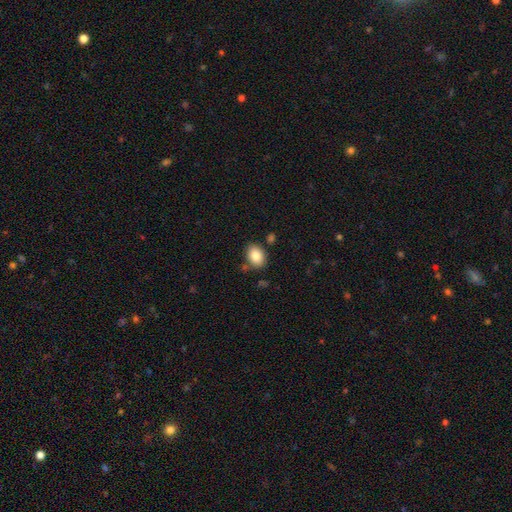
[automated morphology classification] smooth_or_featured: smooth (p=0.83) [alt: featured or disk p=0.09]
how_rounded: in between (p=0.70) [alt: round p=0.29]
merging: none (p=0.80) [alt: minor disturbance p=0.12]